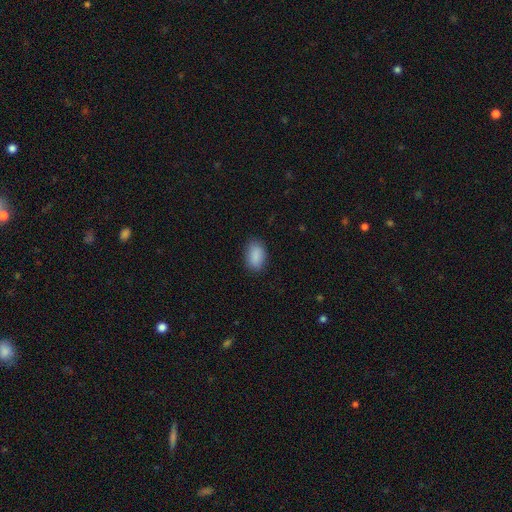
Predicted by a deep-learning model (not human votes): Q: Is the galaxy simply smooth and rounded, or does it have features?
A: smooth — 89%.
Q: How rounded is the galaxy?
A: in between — 89%.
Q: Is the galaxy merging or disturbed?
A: none — 84%.